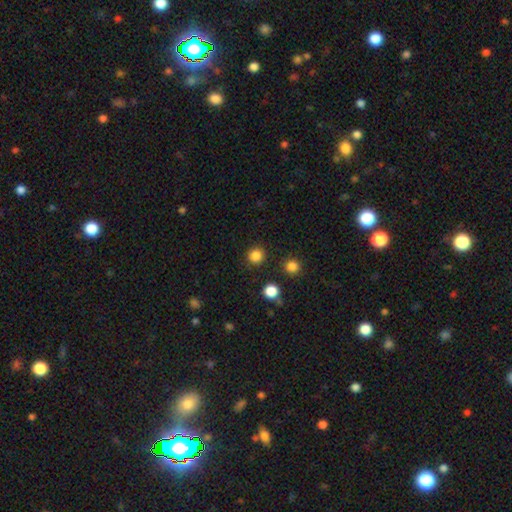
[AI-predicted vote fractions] smooth_or_featured: smooth (p=0.84) [alt: star or artifact p=0.13]
how_rounded: round (p=0.93) [alt: in between p=0.06]
merging: none (p=0.90) [alt: minor disturbance p=0.05]